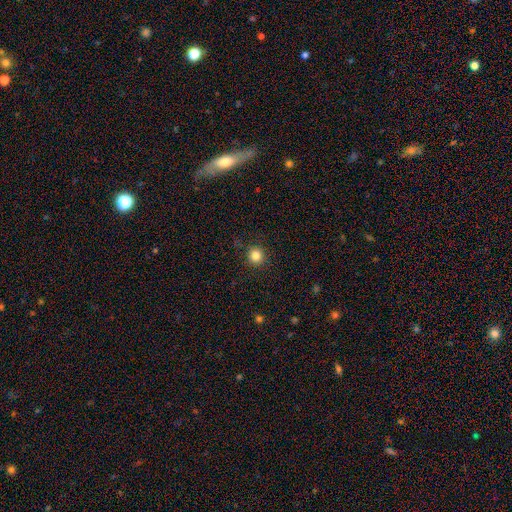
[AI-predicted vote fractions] smooth 83%, star or artifact 12%, featured or disk 5%. Down the decision tree: how rounded — round (94%); merging — none (91%).